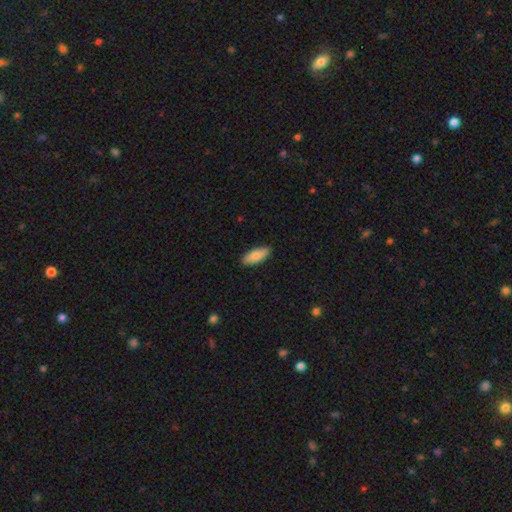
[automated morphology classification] A smooth galaxy with no disk features (81%) that is in between round and cigar-shaped (80%). Merging: none (87%).